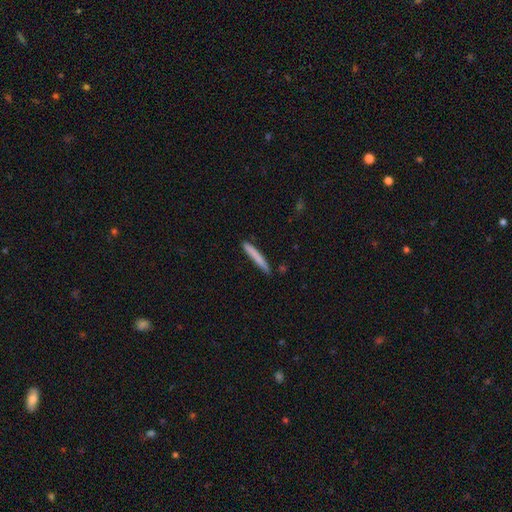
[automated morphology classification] Overall: smooth (75%). How rounded: cigar-shaped (96%). Merging: none (87%).